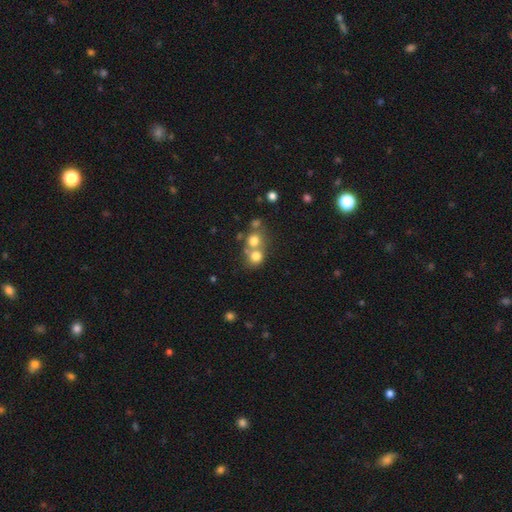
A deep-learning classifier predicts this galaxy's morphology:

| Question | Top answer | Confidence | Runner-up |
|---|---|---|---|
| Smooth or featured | smooth | 72% | star or artifact (14%) |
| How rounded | round | 81% | in between (18%) |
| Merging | merger | 50% | none (40%) |